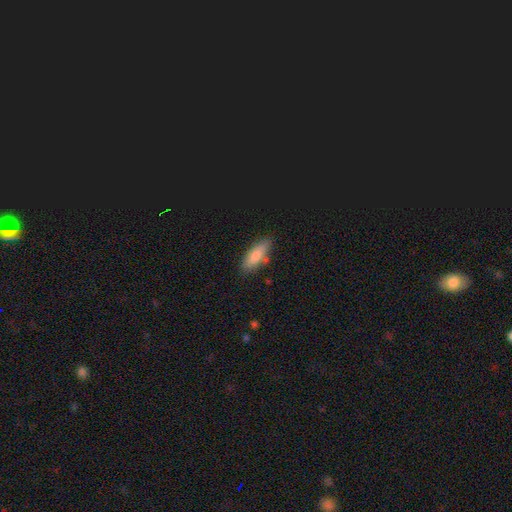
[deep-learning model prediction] smooth 76%, featured or disk 15%, star or artifact 9%. Down the decision tree: how rounded — in between (57%); merging — none (77%).